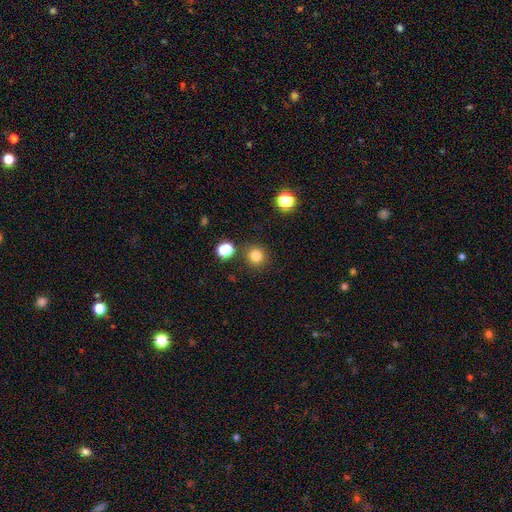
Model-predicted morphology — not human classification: This appears to be a smooth galaxy with no disk features (80%) that is round (91%). Merging: none (86%).